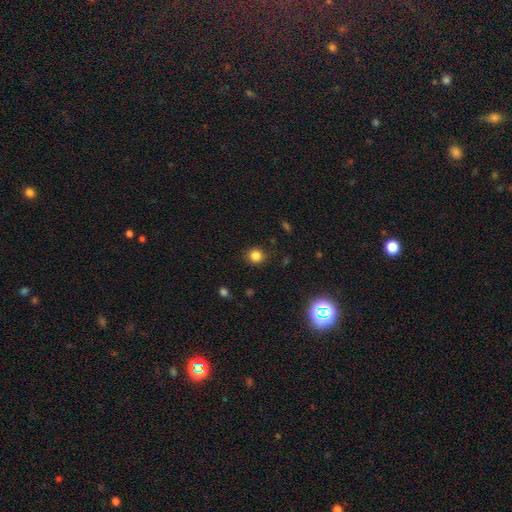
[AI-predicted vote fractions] Smooth or featured? smooth (83%)
How rounded? round (90%)
Merging? none (89%)